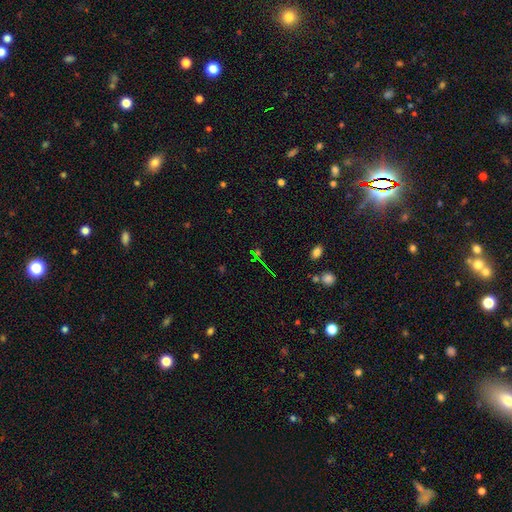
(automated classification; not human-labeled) Smooth or featured? Predicted: star or artifact (p=0.66).